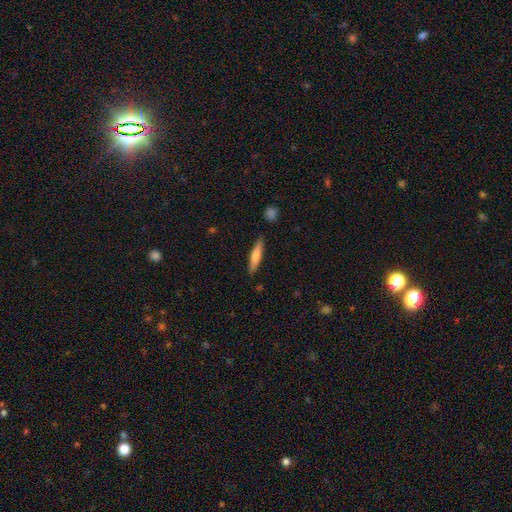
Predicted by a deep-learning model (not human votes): smooth 63%, featured or disk 31%, star or artifact 6%. Down the decision tree: how rounded — cigar-shaped (87%); merging — none (87%).